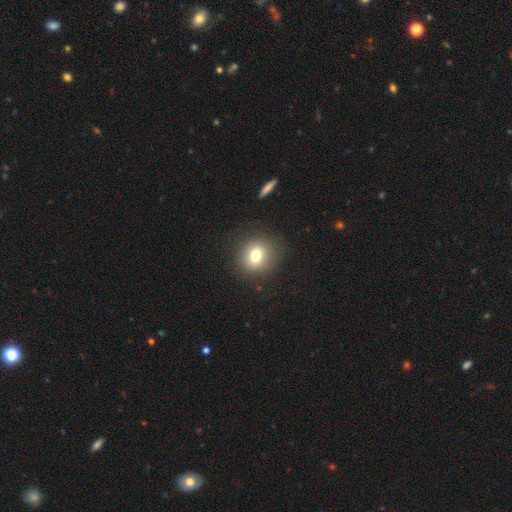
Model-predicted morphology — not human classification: type=smooth (77%); roundness=round (82%); merging=none (87%).